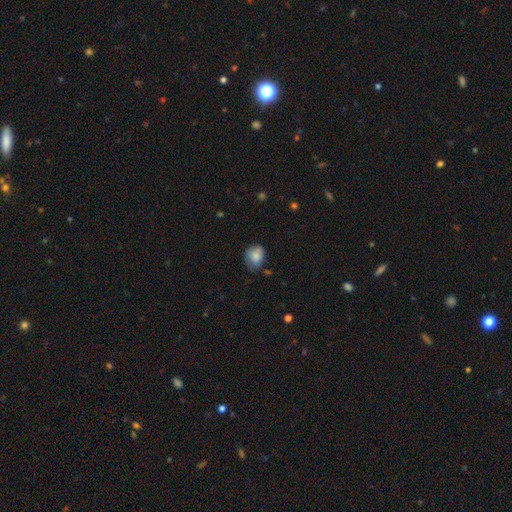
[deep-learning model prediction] Smooth or featured?
  - smooth: 82% *
  - featured or disk: 10%
  - star or artifact: 8%
How rounded?
  - in between: 56% *
  - round: 43%
  - cigar-shaped: 1%
Merging?
  - none: 62% *
  - minor disturbance: 30%
  - major disturbance: 6%
  - merger: 2%